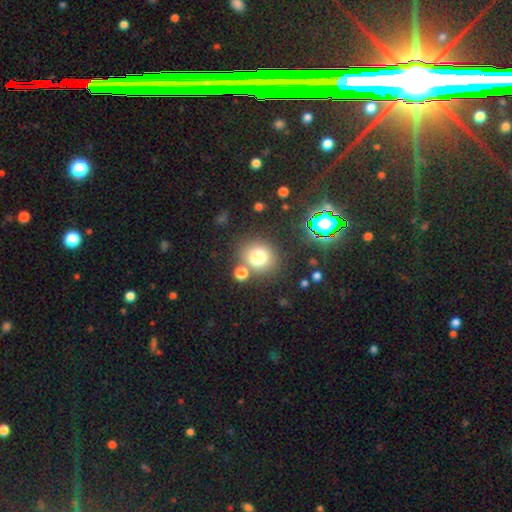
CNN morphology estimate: smooth_or_featured: smooth (p=0.73) [alt: star or artifact p=0.17]
how_rounded: round (p=0.84) [alt: in between p=0.15]
merging: none (p=0.75) [alt: merger p=0.11]